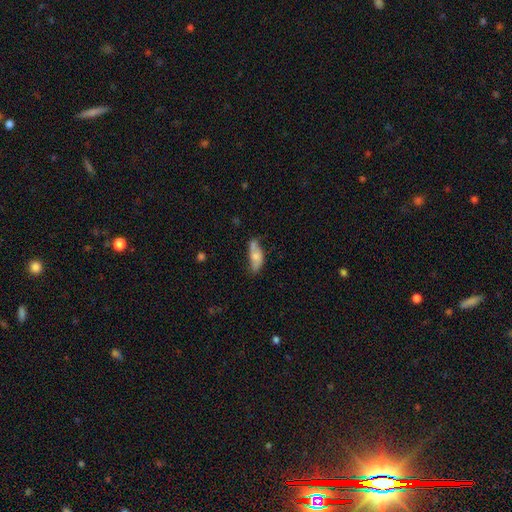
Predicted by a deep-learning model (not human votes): Smooth or featured? Predicted: smooth (p=0.62). How rounded? Predicted: in between (p=0.74). Merging? Predicted: none (p=0.55).